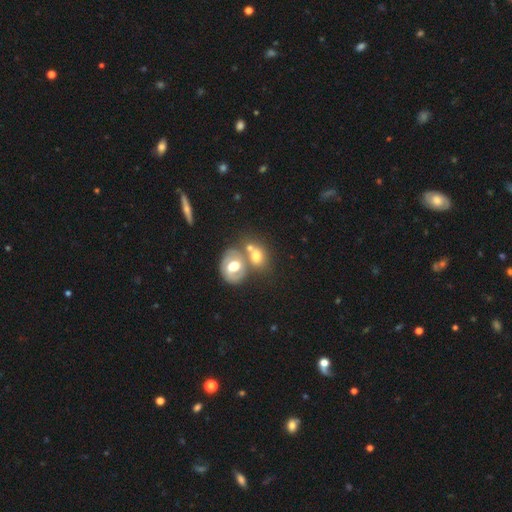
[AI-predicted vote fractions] smooth_or_featured: smooth (p=0.56) [alt: featured or disk p=0.34]
how_rounded: in between (p=0.50) [alt: round p=0.49]
merging: merger (p=0.53) [alt: none p=0.32]